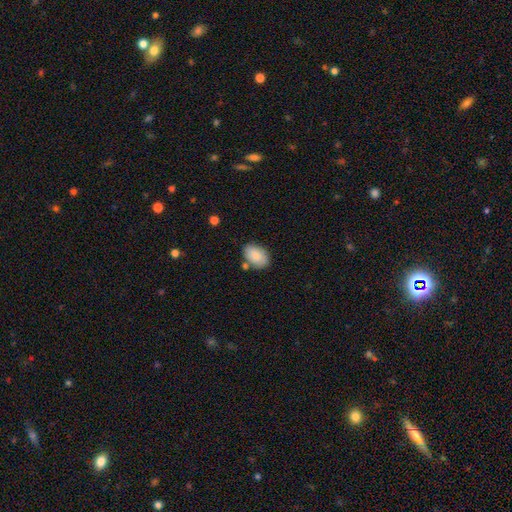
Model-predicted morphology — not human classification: Overall: smooth (84%). How rounded: in between (89%). Merging: none (73%).